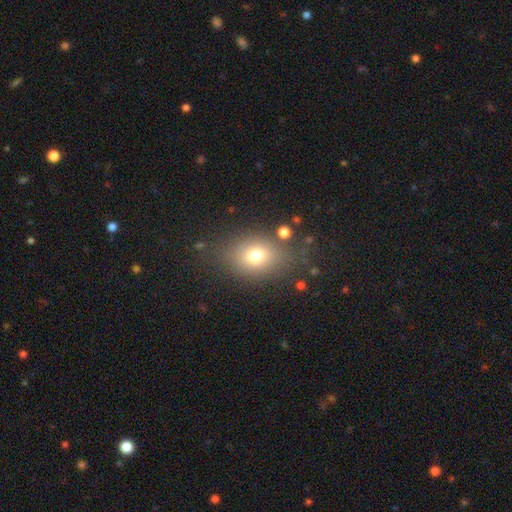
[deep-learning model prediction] smooth-or-featured: smooth: 72% | star or artifact: 15% | featured or disk: 13%
  how-rounded: in between: 55% | round: 43% | cigar-shaped: 2%
  merging: none: 75% | minor disturbance: 14% | major disturbance: 7% | merger: 4%